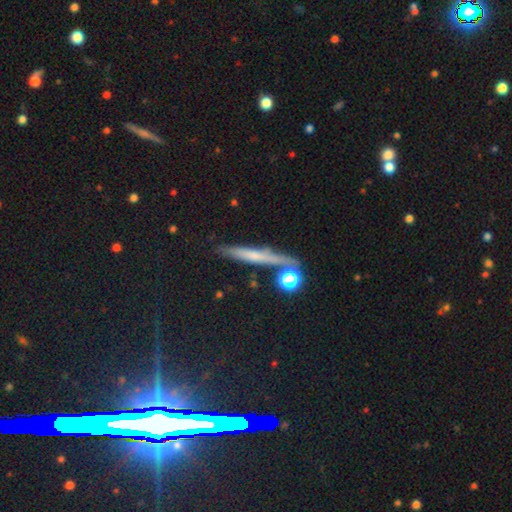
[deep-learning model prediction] smooth-or-featured: smooth: 46% | featured or disk: 34% | star or artifact: 20%
  merging: none: 77% | minor disturbance: 12% | merger: 7% | major disturbance: 4%